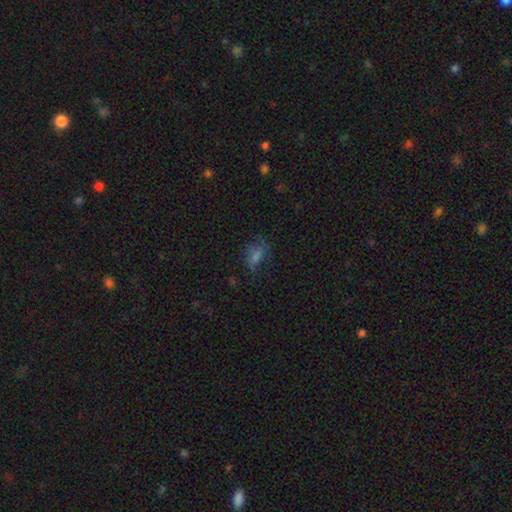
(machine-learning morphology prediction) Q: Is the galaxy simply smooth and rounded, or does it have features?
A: smooth — 53%.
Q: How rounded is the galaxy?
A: in between — 77%.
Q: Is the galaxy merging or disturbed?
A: none — 54%.